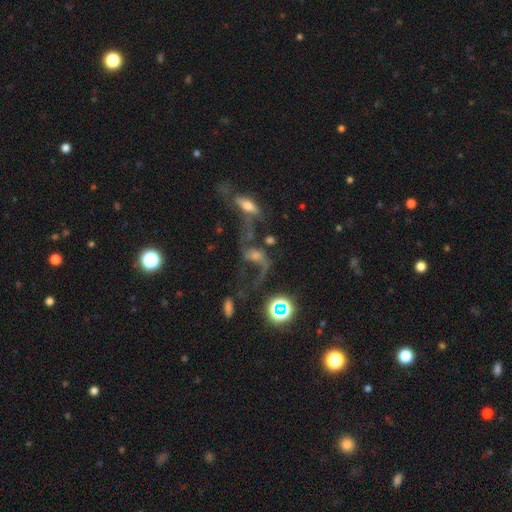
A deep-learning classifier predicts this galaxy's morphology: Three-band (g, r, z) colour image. It shows a featured or disk galaxy (68%) with no bar (51%), 2 (82%) loose (81%) spiral arms (83%) and a small central bulge (39%). Merging: merger (33%).